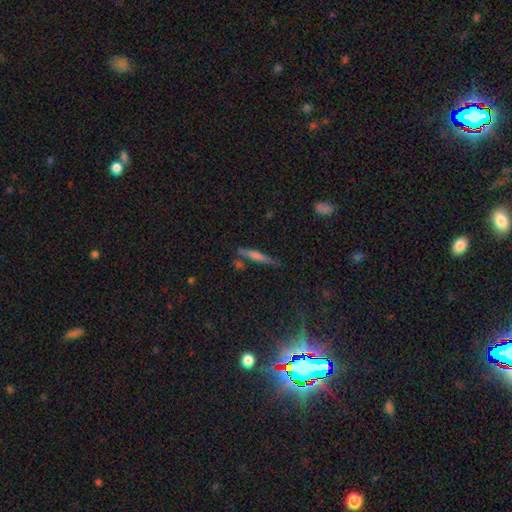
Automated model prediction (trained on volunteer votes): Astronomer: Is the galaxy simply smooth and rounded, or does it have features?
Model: featured or disk — 42% (runner-up: smooth, 33%).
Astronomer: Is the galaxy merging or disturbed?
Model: none — 78%.